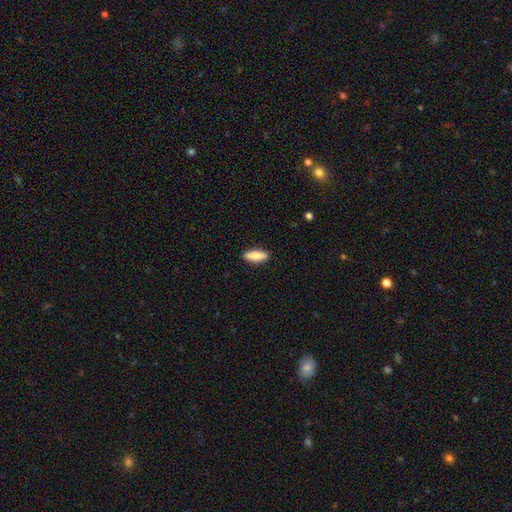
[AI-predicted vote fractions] smooth-or-featured: smooth: 82% | featured or disk: 12% | star or artifact: 6%
  how-rounded: in between: 63% | cigar-shaped: 35% | round: 2%
  merging: none: 90% | minor disturbance: 8% | major disturbance: 2% | merger: 1%